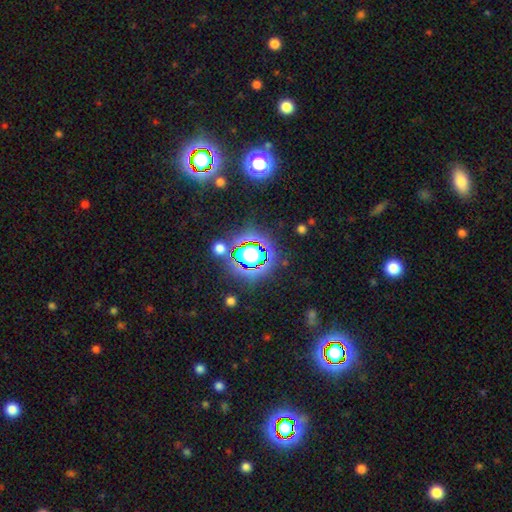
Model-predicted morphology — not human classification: This is likely a star or artifact rather than a galaxy (75%).